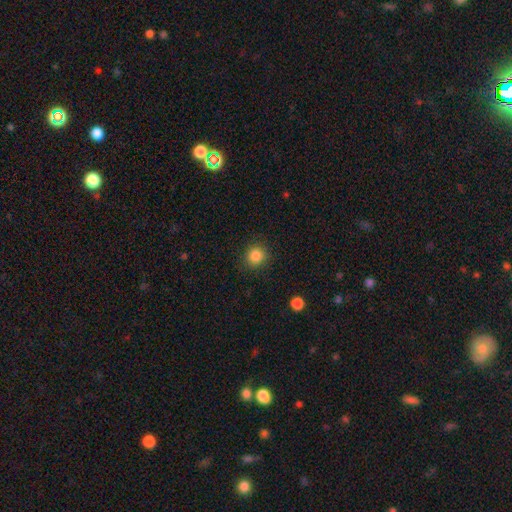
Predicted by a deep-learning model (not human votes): This appears to be a smooth galaxy with no disk features (85%) that is round (87%). Merging: none (89%).